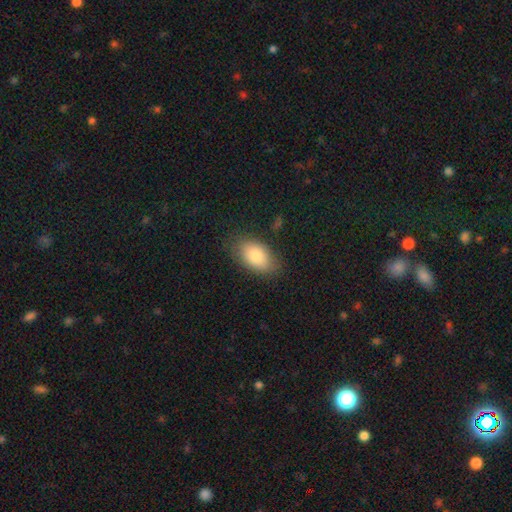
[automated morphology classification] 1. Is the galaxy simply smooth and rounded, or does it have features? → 81% smooth, 12% featured or disk, 7% star or artifact.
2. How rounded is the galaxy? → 91% in between, 7% round, 2% cigar-shaped.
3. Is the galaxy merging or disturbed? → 80% none, 15% minor disturbance, 4% major disturbance, 1% merger.